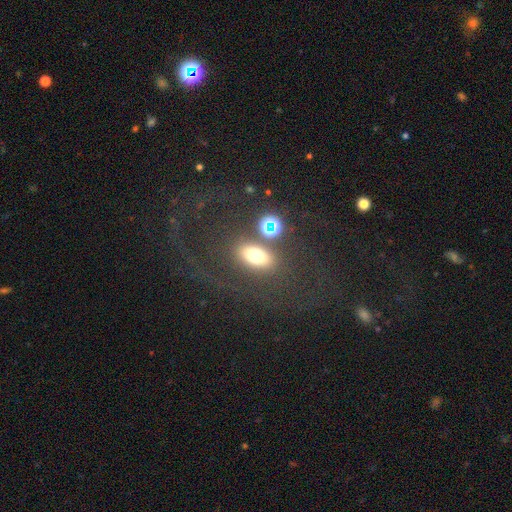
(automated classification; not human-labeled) smooth-or-featured: smooth: 67% | star or artifact: 17% | featured or disk: 16%
  how-rounded: in between: 76% | round: 17% | cigar-shaped: 7%
  merging: none: 73% | minor disturbance: 11% | merger: 8% | major disturbance: 7%